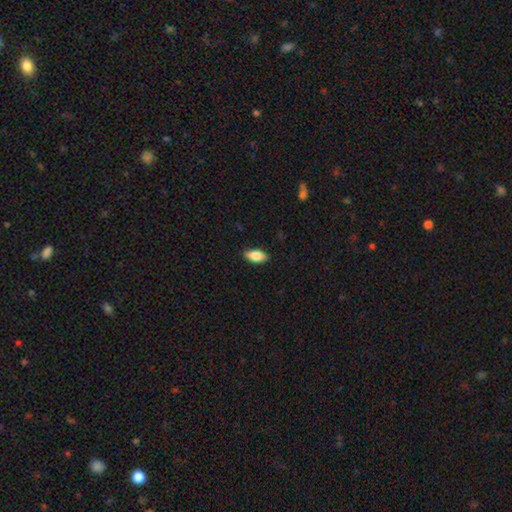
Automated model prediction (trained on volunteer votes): Smooth or featured? smooth (80%)
How rounded? in between (89%)
Merging? none (88%)